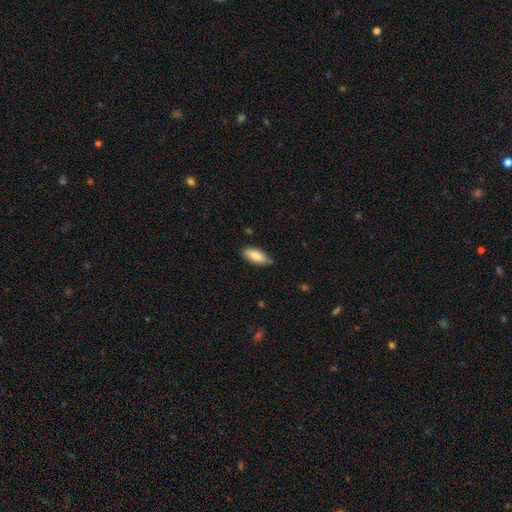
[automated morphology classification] This is likely a smooth galaxy (80%). How rounded: likely in between (79%). Merging: clearly none (81%).